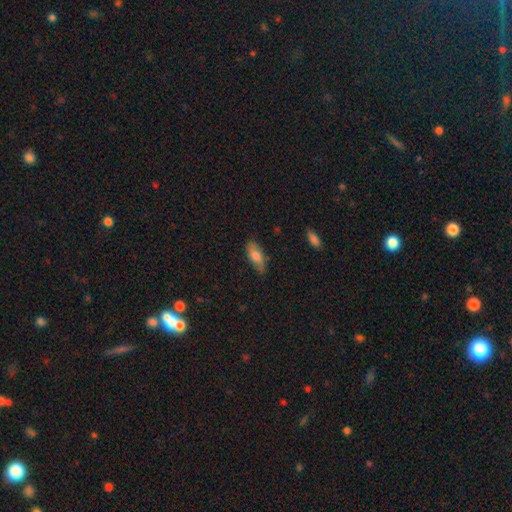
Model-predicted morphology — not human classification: smooth-or-featured: smooth: 73% | featured or disk: 21% | star or artifact: 6%
  how-rounded: in between: 80% | cigar-shaped: 17% | round: 3%
  merging: none: 73% | minor disturbance: 22% | major disturbance: 4% | merger: 1%